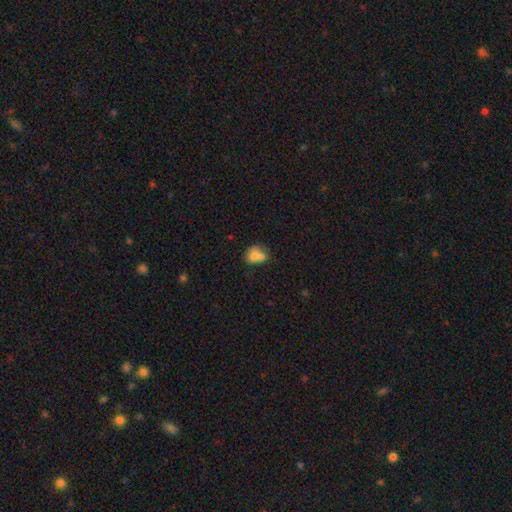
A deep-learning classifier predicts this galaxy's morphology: A smooth galaxy with no disk features (70%) that is round (59%). Merging: merger (55%).